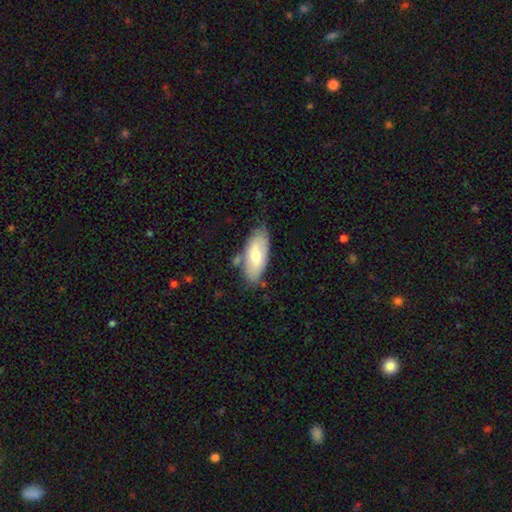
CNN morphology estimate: Overall: smooth (63%; featured or disk 31%). How rounded: in between (87%). Merging: none (71%).